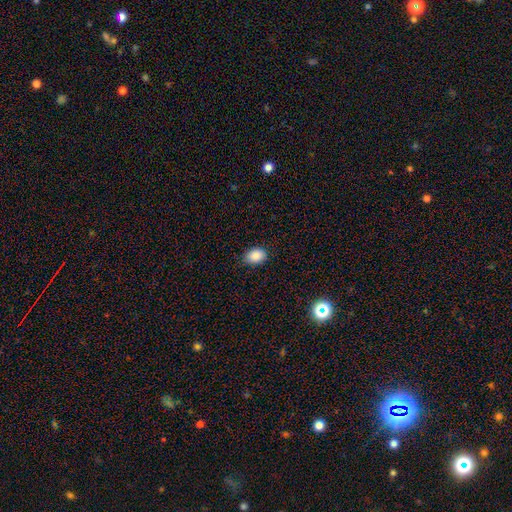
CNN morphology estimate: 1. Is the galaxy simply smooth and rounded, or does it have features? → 87% smooth, 9% star or artifact, 4% featured or disk.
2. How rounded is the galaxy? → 81% in between, 18% round, 1% cigar-shaped.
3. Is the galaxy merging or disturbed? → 81% none, 15% minor disturbance, 3% major disturbance, 1% merger.